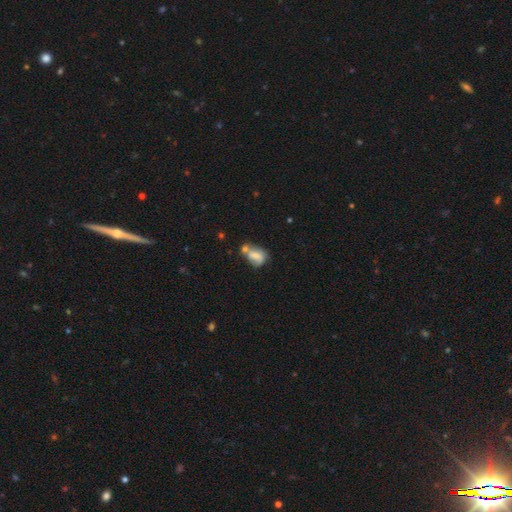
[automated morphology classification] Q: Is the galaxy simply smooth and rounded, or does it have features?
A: smooth — 62%.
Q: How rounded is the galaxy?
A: in between — 75%.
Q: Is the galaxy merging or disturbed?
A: merger — 39%.